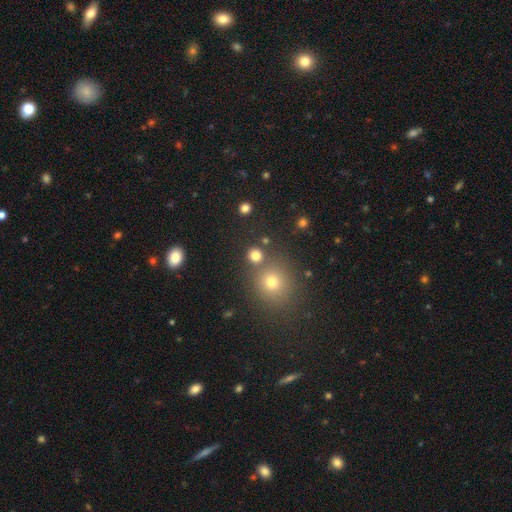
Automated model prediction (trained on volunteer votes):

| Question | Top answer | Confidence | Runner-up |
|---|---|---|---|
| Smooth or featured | smooth | 77% | star or artifact (17%) |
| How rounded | round | 89% | in between (9%) |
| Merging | none | 77% | merger (13%) |